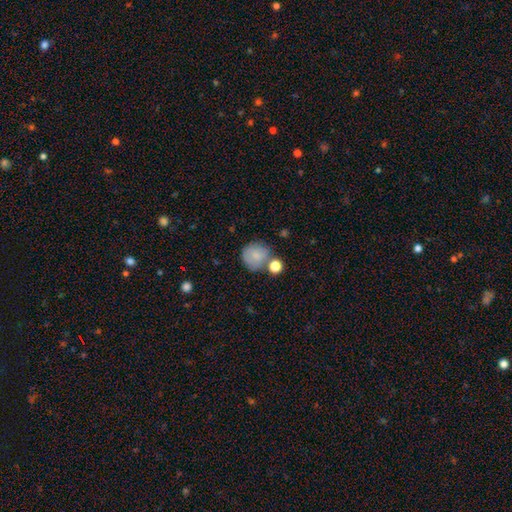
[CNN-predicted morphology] A smooth galaxy with no disk features (78%) that is round (87%). Merging: none (57%).